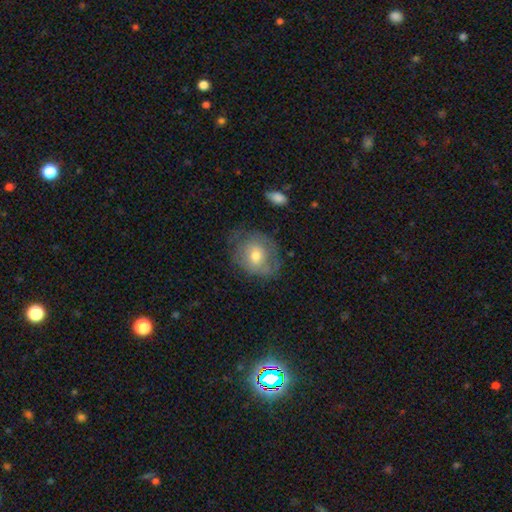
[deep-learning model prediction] smooth_or_featured: smooth (p=0.55) [alt: featured or disk p=0.36]
how_rounded: round (p=0.63) [alt: in between p=0.36]
merging: none (p=0.60) [alt: minor disturbance p=0.25]